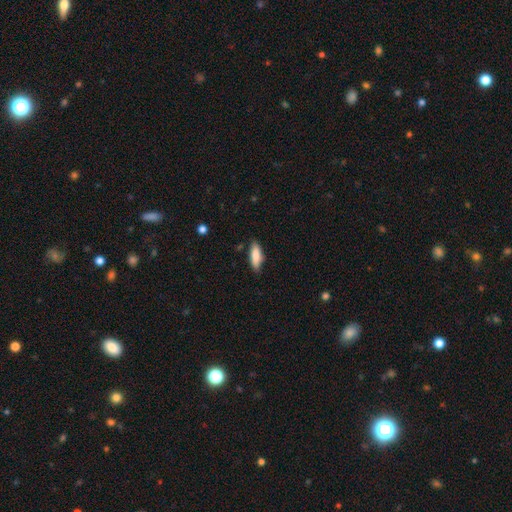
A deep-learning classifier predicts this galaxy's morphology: A smooth galaxy with no disk features (84%) that is in between round and cigar-shaped (62%).

Vote fractions:
- Smooth or featured? smooth: 84% / featured or disk: 10% / star or artifact: 6%
- How rounded? in between: 62% / cigar-shaped: 36% / round: 2%
- Merging? none: 79% / minor disturbance: 17% / major disturbance: 3% / merger: 2%